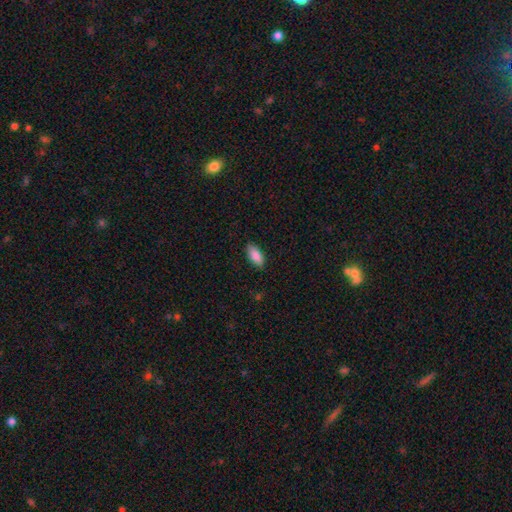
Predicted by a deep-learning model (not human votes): The model was most divided on "merging": none: 86%, minor disturbance: 11%, major disturbance: 2%, merger: 1%. More confident: how rounded — in between (88%); smooth or featured — smooth (88%).